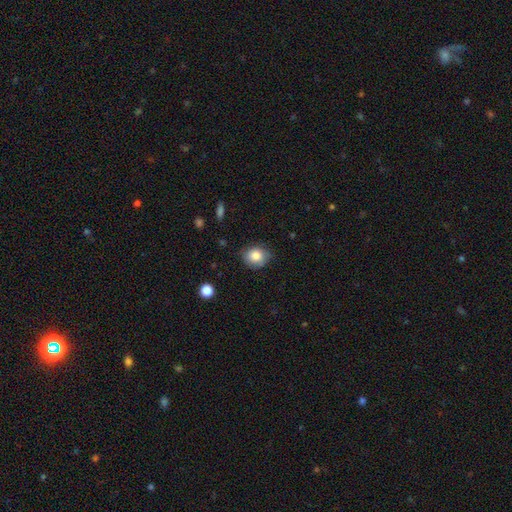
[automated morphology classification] smooth-or-featured: smooth: 82% | featured or disk: 10% | star or artifact: 8%
  how-rounded: round: 60% | in between: 39% | cigar-shaped: 1%
  merging: none: 76% | minor disturbance: 19% | major disturbance: 4% | merger: 1%